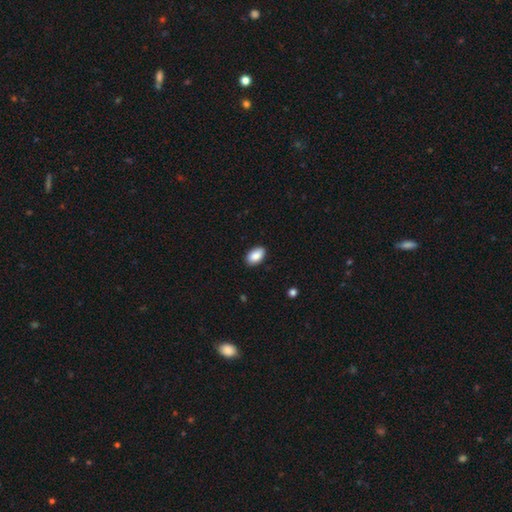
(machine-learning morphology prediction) Q: Smooth or featured?
A: smooth (89%); runner-up: star or artifact (7%)
Q: How rounded?
A: in between (93%); runner-up: round (5%)
Q: Merging?
A: none (87%); runner-up: minor disturbance (10%)